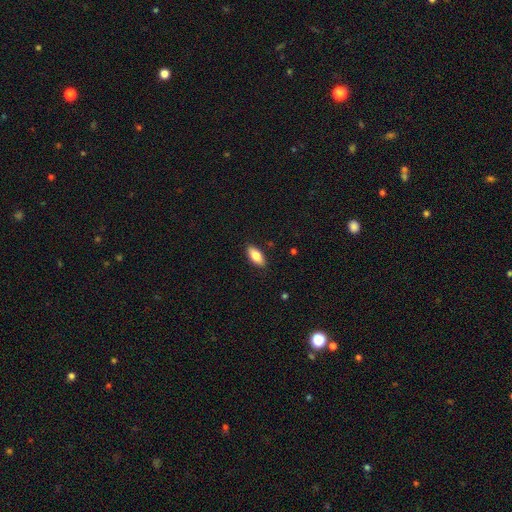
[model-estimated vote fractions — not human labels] Morphology: type=smooth (79%); roundness=in between (87%); merging=none (89%).